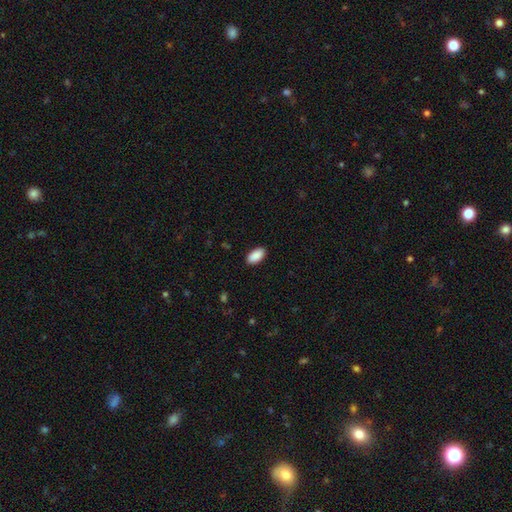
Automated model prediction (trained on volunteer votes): Smooth or featured: smooth — 91% (star or artifact — 6%)
How rounded: in between — 95% (cigar-shaped — 3%)
Merging: none — 89% (minor disturbance — 8%)